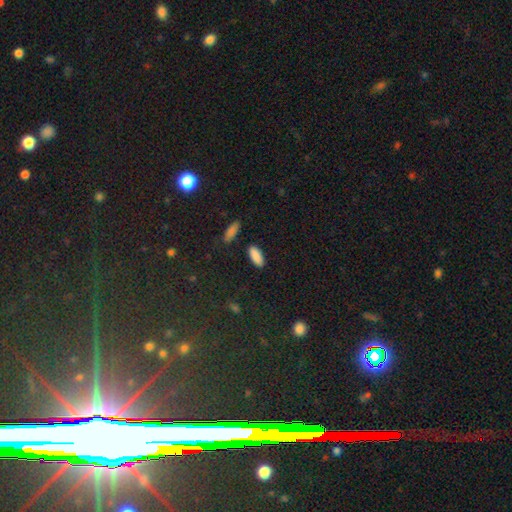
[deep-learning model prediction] A smooth galaxy with no disk features (88%) that is in between round and cigar-shaped (81%).

Vote fractions:
- Smooth or featured? smooth: 88% / star or artifact: 8% / featured or disk: 4%
- How rounded? in between: 81% / cigar-shaped: 17% / round: 2%
- Merging? none: 86% / minor disturbance: 9% / merger: 3% / major disturbance: 2%